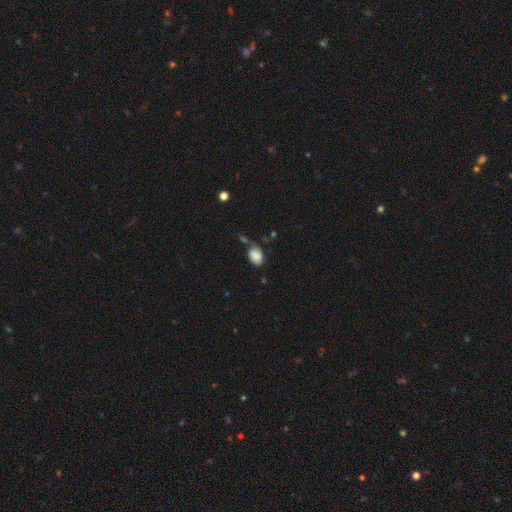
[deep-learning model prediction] Smooth or featured? Predicted: smooth (p=0.80). How rounded? Predicted: in between (p=0.83). Merging? Predicted: none (p=0.45).